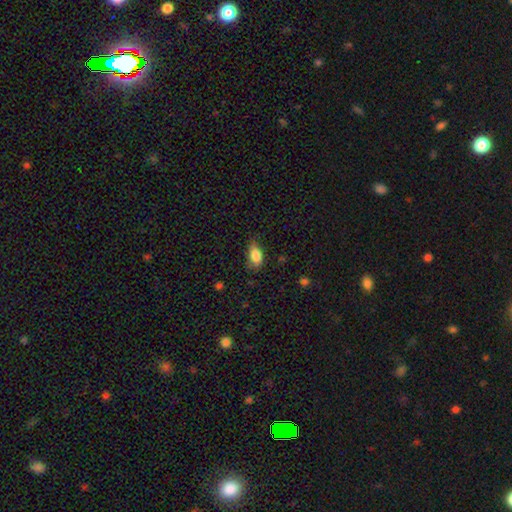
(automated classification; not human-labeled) Smooth or featured?
  - smooth: 86% *
  - star or artifact: 8%
  - featured or disk: 6%
How rounded?
  - in between: 90% *
  - round: 7%
  - cigar-shaped: 3%
Merging?
  - none: 62% *
  - minor disturbance: 29%
  - major disturbance: 7%
  - merger: 2%